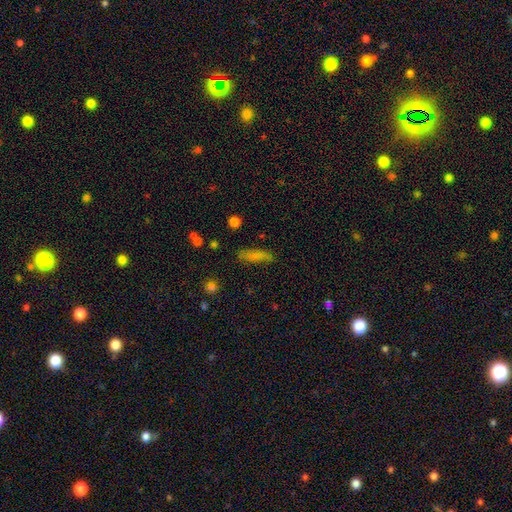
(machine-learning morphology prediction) smooth-or-featured: smooth: 76% | featured or disk: 14% | star or artifact: 10%
  how-rounded: cigar-shaped: 57% | in between: 40% | round: 3%
  merging: none: 72% | minor disturbance: 20% | major disturbance: 5% | merger: 3%